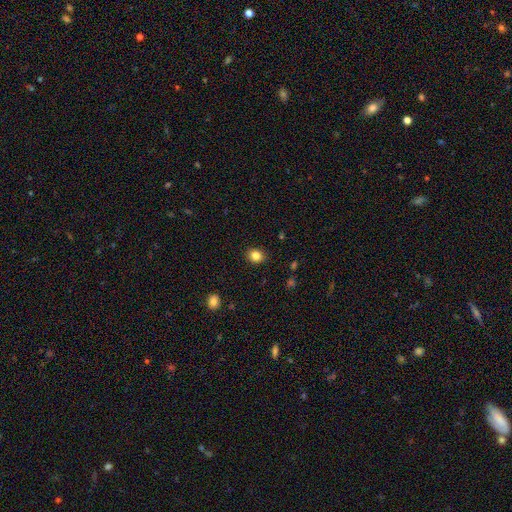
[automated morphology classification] type=smooth (84%); roundness=round (63%); merging=none (90%).